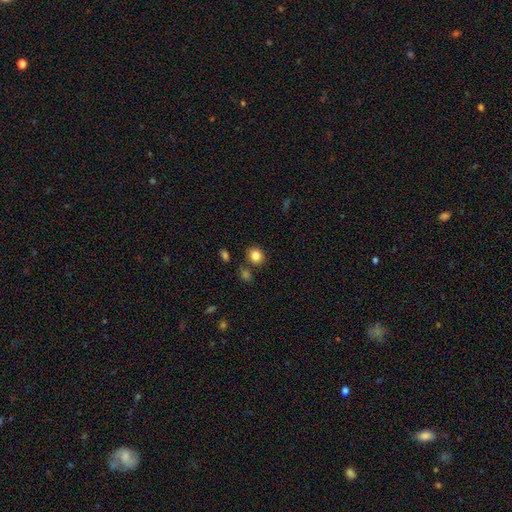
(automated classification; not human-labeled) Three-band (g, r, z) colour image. It shows a smooth galaxy with no disk features (84%) that is round (73%). Merging: none (79%).